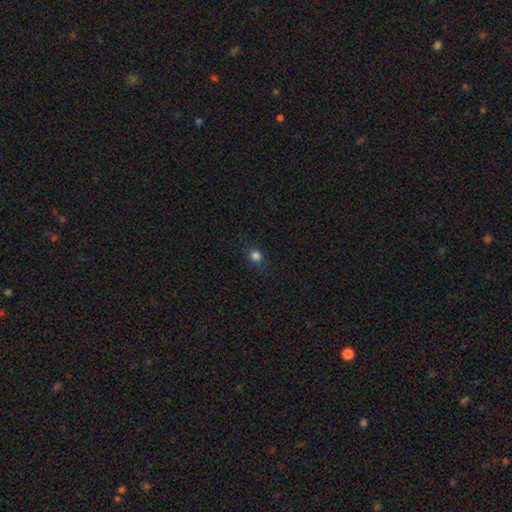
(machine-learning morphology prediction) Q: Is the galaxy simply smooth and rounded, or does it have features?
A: smooth — 79%.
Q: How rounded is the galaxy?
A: round — 76%.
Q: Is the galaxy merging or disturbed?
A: none — 82%.